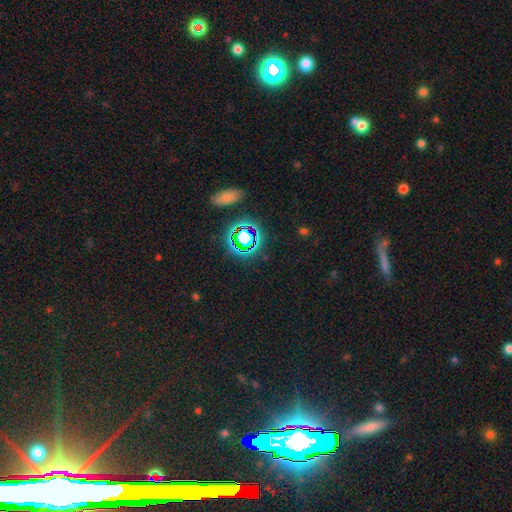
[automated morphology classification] Q: Smooth or featured?
A: star or artifact (75%); runner-up: smooth (15%)